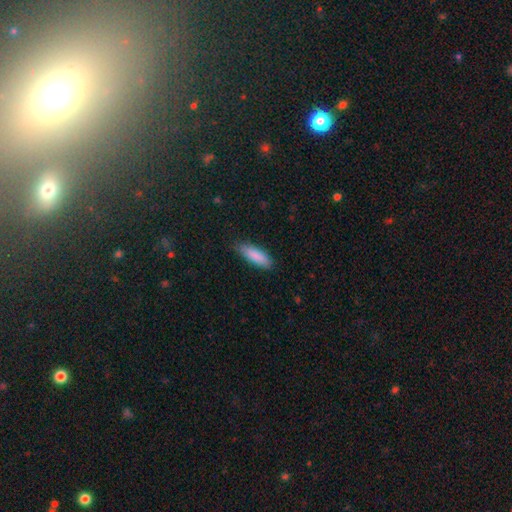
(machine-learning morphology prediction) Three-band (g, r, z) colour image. It shows a smooth galaxy with no disk features (88%) that is in between round and cigar-shaped (53%). Merging: none (83%).